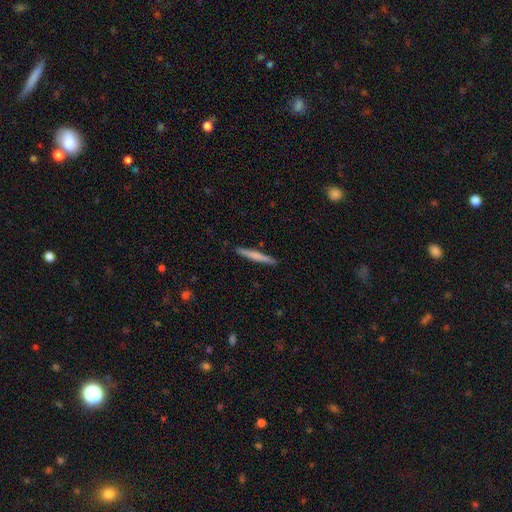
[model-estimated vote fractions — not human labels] smooth_or_featured: smooth (p=0.64) [alt: featured or disk p=0.31]
how_rounded: cigar-shaped (p=0.96) [alt: in between p=0.03]
merging: none (p=0.91) [alt: minor disturbance p=0.06]